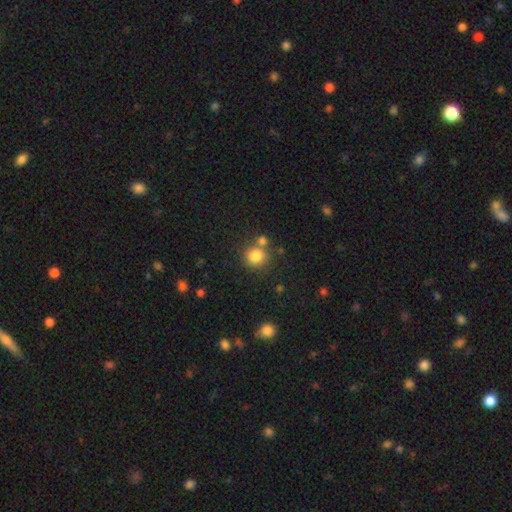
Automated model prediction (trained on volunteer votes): smooth_or_featured: smooth (p=0.82) [alt: star or artifact p=0.11]
how_rounded: round (p=0.89) [alt: in between p=0.10]
merging: none (p=0.68) [alt: merger p=0.19]